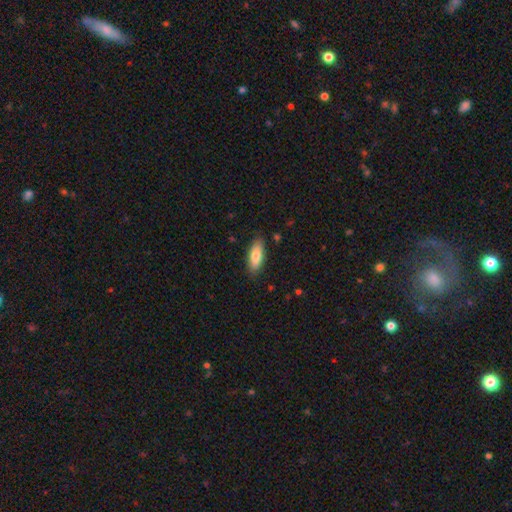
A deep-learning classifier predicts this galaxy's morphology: This appears to be a smooth galaxy with no disk features (79%) that is in between round and cigar-shaped (74%). Merging: none (86%).